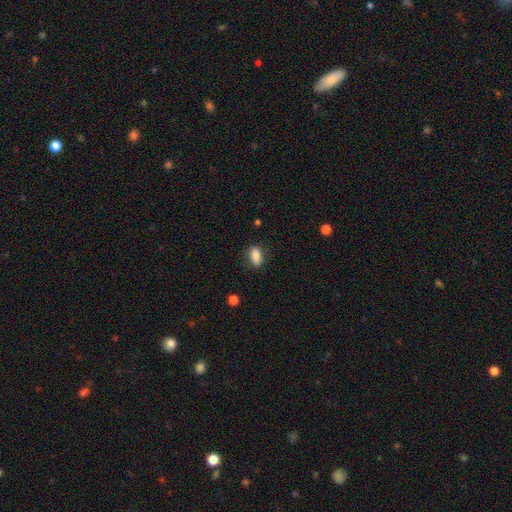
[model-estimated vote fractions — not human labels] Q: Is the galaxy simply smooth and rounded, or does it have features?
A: smooth — 84%.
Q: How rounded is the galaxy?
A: in between — 85%.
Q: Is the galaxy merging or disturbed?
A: none — 80%.